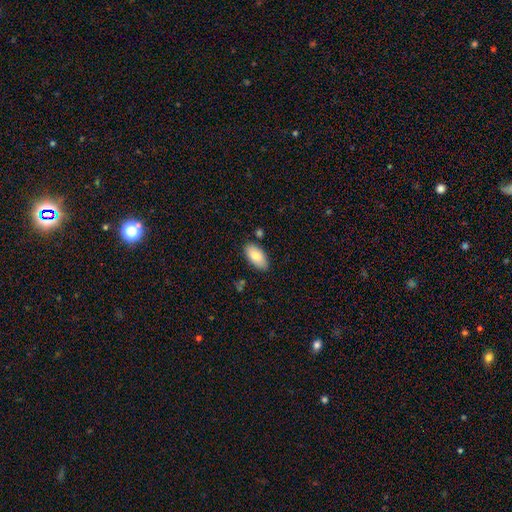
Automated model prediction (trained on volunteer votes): smooth_or_featured: smooth (p=0.80) [alt: featured or disk p=0.13]
how_rounded: in between (p=0.94) [alt: cigar-shaped p=0.04]
merging: none (p=0.83) [alt: minor disturbance p=0.12]